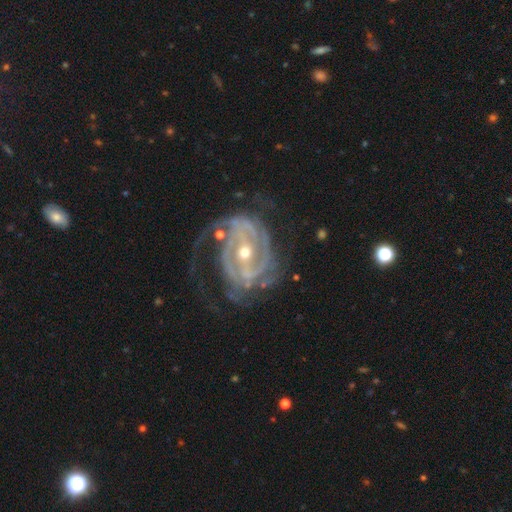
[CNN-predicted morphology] Smooth or featured: featured or disk — 88% (star or artifact — 7%)
Edge-on disk: no — 97% (yes — 3%)
Bar: weak — 37% (strong — 34%)
Spiral arms: yes — 92% (no — 8%)
Spiral winding: tight — 58% (medium — 31%)
Spiral arm count: 2 — 33% (can't tell — 30%)
Bulge size: moderate — 50% (small — 46%)
Merging: none — 55% (major disturbance — 23%)